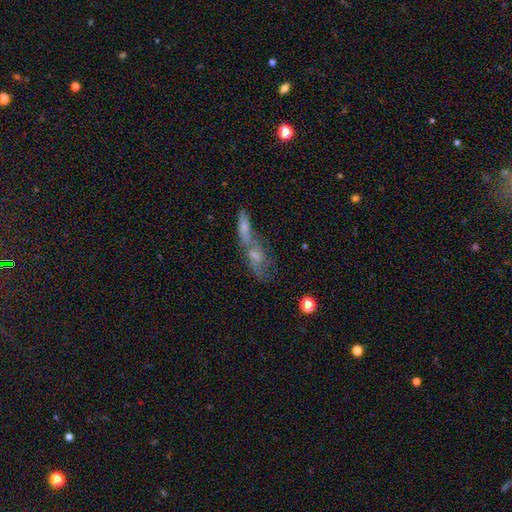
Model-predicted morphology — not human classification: featured or disk 47%, smooth 40%, star or artifact 14%. Down the decision tree: merging — merger (62%).